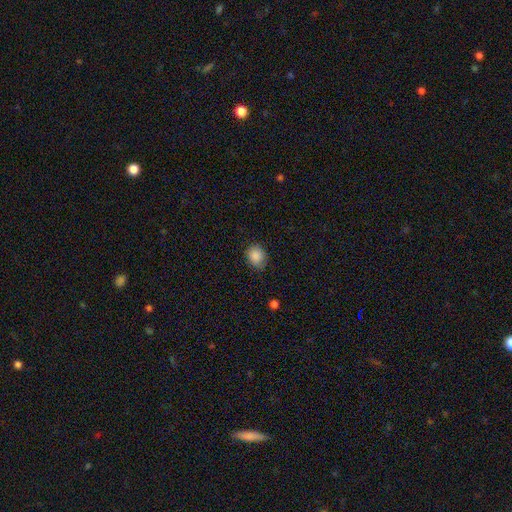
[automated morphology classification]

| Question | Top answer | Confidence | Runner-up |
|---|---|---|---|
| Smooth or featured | smooth | 87% | star or artifact (9%) |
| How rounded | round | 59% | in between (40%) |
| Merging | none | 79% | minor disturbance (17%) |